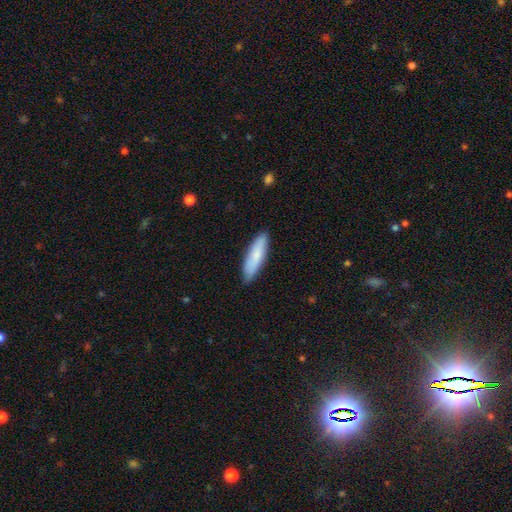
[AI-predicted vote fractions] The model was most divided on "how rounded": cigar-shaped: 62%, in between: 36%, round: 1%. More confident: merging — none (85%); smooth or featured — smooth (80%).